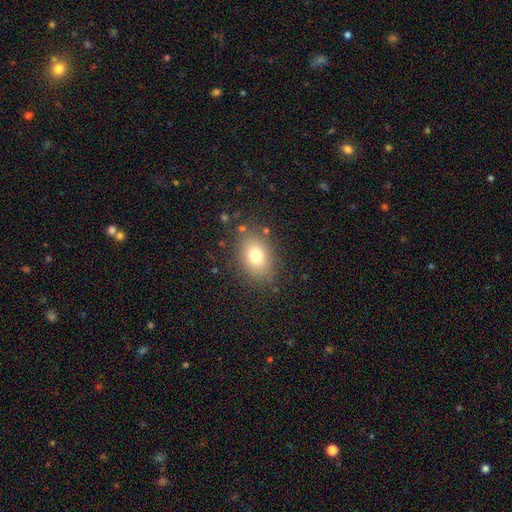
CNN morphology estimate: type=smooth (75%); roundness=in between (69%); merging=none (82%).